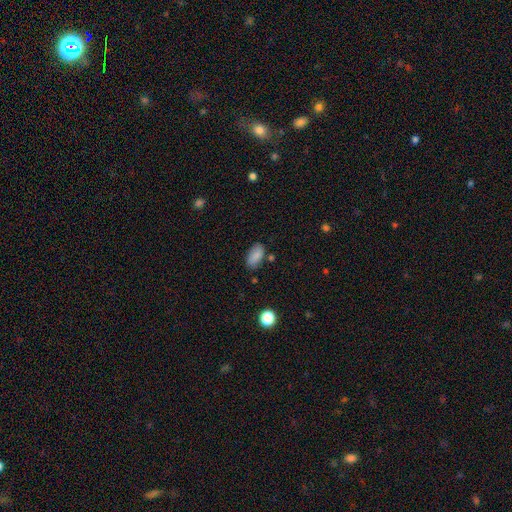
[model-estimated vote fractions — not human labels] smooth_or_featured: smooth (p=0.86) [alt: star or artifact p=0.08]
how_rounded: in between (p=0.92) [alt: cigar-shaped p=0.04]
merging: none (p=0.77) [alt: minor disturbance p=0.16]